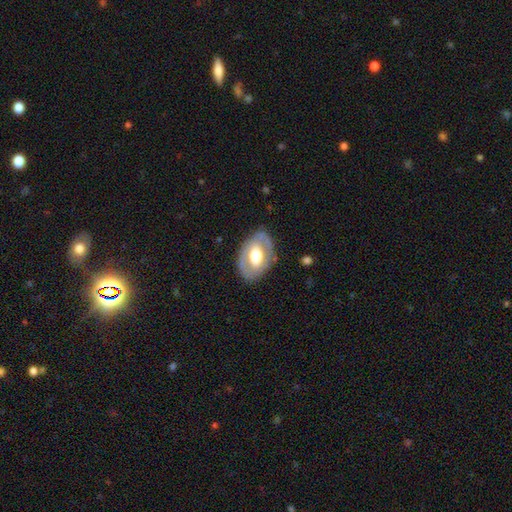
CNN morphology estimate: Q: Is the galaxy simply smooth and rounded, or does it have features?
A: featured or disk — 56%.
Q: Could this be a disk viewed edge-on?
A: no — 91%.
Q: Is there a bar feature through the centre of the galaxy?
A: no — 55%.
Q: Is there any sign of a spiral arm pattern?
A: no — 72%.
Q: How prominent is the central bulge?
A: moderate — 54%.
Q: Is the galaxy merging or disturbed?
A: none — 77%.